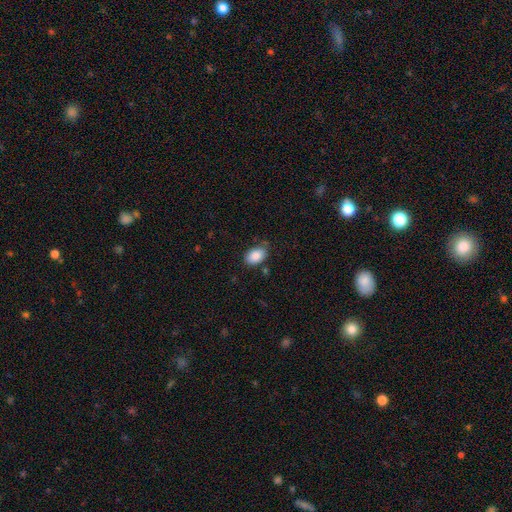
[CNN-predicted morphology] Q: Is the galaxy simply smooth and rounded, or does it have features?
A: smooth — 86%.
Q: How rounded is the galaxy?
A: in between — 89%.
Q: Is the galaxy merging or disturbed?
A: none — 76%.